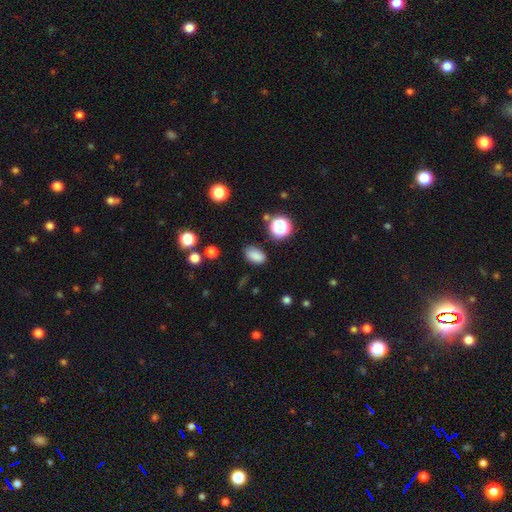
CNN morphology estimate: This appears to be a smooth galaxy with no disk features (83%) that is in between round and cigar-shaped (87%). Merging: none (82%).